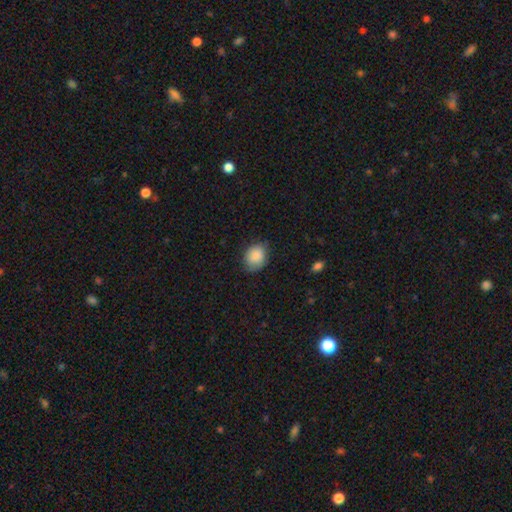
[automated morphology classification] smooth_or_featured: smooth (p=0.86) [alt: star or artifact p=0.07]
how_rounded: in between (p=0.54) [alt: round p=0.46]
merging: none (p=0.69) [alt: minor disturbance p=0.25]